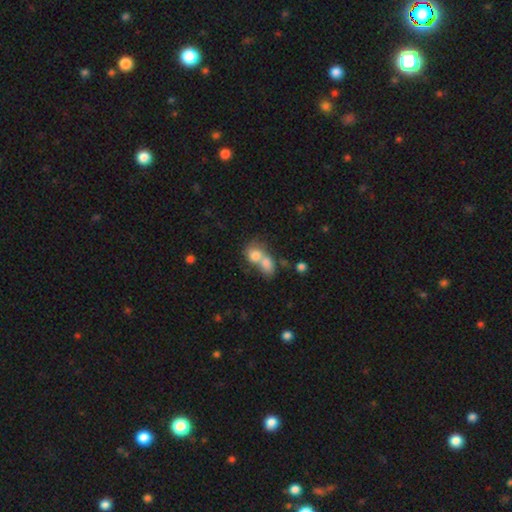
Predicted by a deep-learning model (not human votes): Smooth or featured? Predicted: smooth (p=0.75). How rounded? Predicted: round (p=0.50). Merging? Predicted: merger (p=0.77).